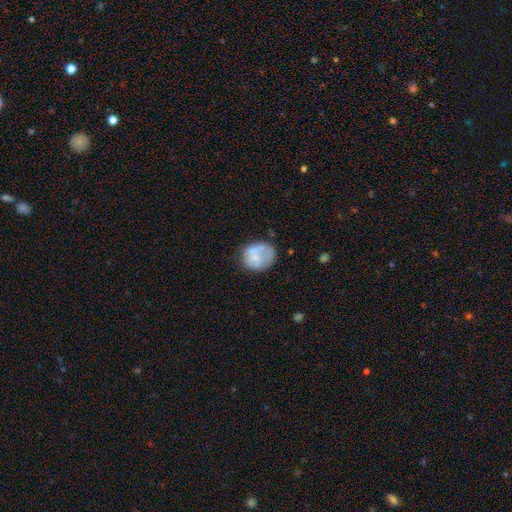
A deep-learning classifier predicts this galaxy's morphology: Smooth or featured?
  - smooth: 63% *
  - featured or disk: 28%
  - star or artifact: 8%
How rounded?
  - round: 65% *
  - in between: 34%
  - cigar-shaped: 1%
Merging?
  - none: 52% *
  - minor disturbance: 26%
  - major disturbance: 15%
  - merger: 8%